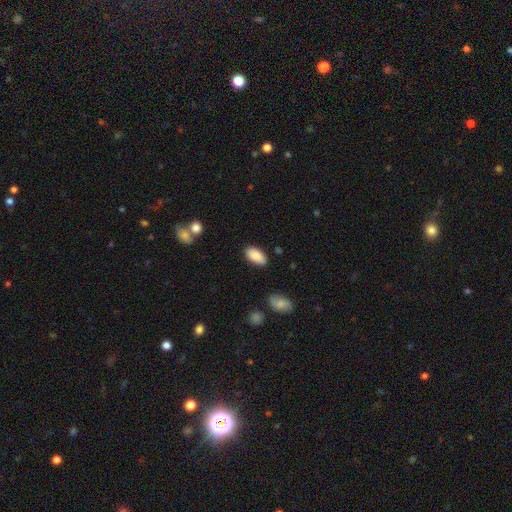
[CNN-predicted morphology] Smooth or featured? Predicted: smooth (p=0.88). How rounded? Predicted: in between (p=0.94). Merging? Predicted: none (p=0.85).